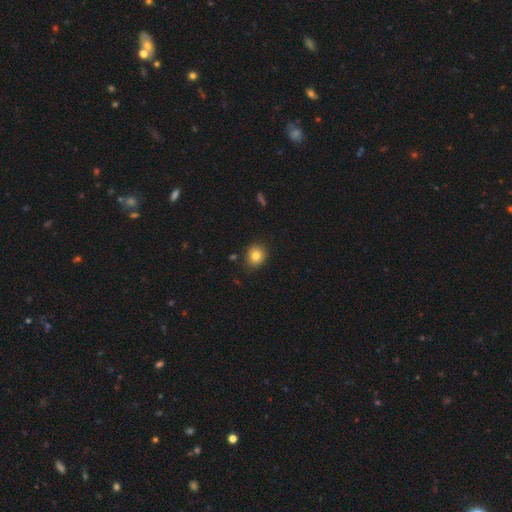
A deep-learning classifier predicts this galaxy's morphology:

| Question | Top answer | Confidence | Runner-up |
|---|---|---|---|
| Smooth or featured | smooth | 82% | star or artifact (11%) |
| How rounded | round | 80% | in between (19%) |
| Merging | none | 87% | minor disturbance (9%) |